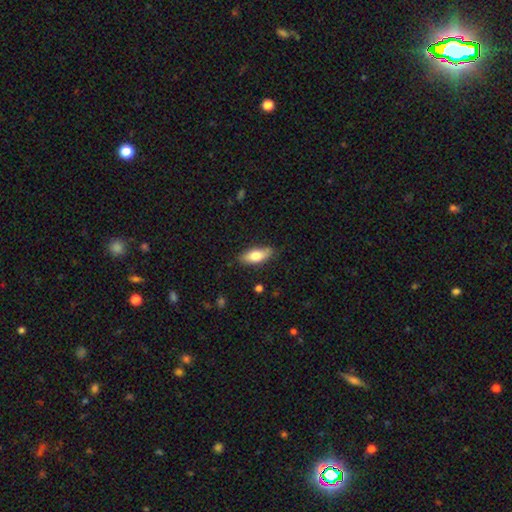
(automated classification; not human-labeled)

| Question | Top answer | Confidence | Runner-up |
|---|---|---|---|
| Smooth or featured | smooth | 74% | featured or disk (20%) |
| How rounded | in between | 77% | cigar-shaped (21%) |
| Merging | none | 81% | minor disturbance (15%) |